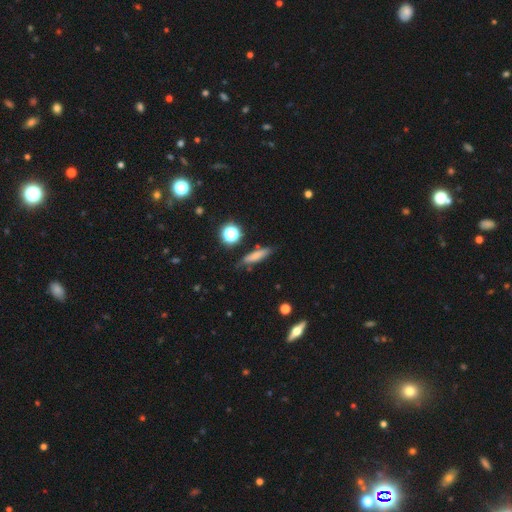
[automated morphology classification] Smooth or featured? smooth (71%)
How rounded? cigar-shaped (73%)
Merging? none (76%)